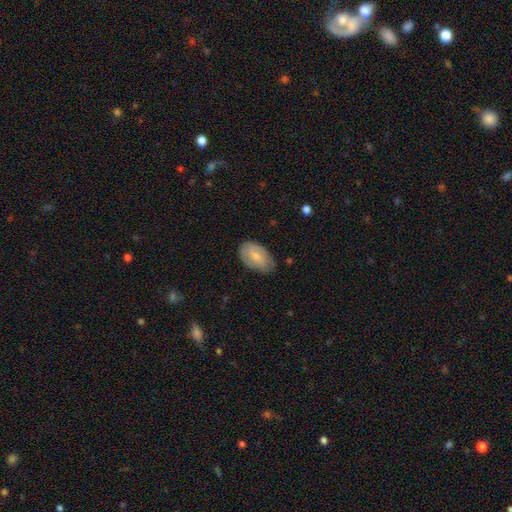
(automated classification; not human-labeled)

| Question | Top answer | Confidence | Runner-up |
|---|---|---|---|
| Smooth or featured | smooth | 65% | featured or disk (29%) |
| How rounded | in between | 92% | round (6%) |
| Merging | none | 68% | minor disturbance (26%) |